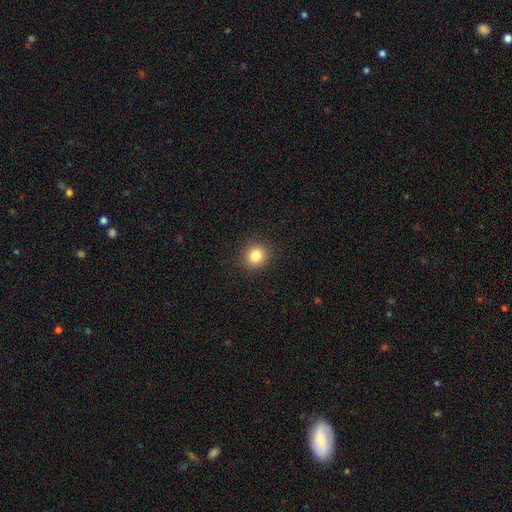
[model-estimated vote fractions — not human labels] Morphology: type=smooth (84%); roundness=round (86%); merging=none (91%).